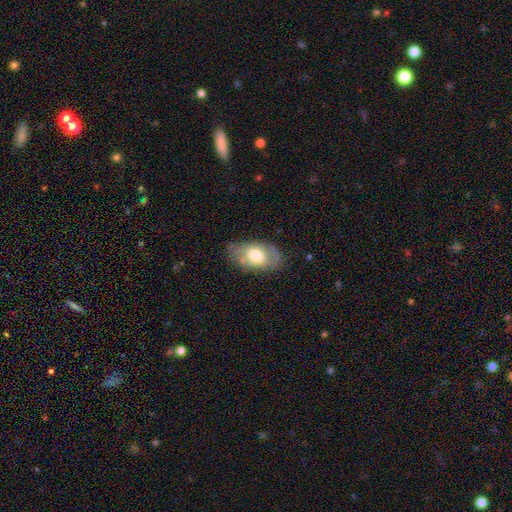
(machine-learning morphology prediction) smooth_or_featured: smooth (p=0.54) [alt: featured or disk p=0.39]
how_rounded: in between (p=0.90) [alt: round p=0.08]
merging: none (p=0.71) [alt: minor disturbance p=0.21]